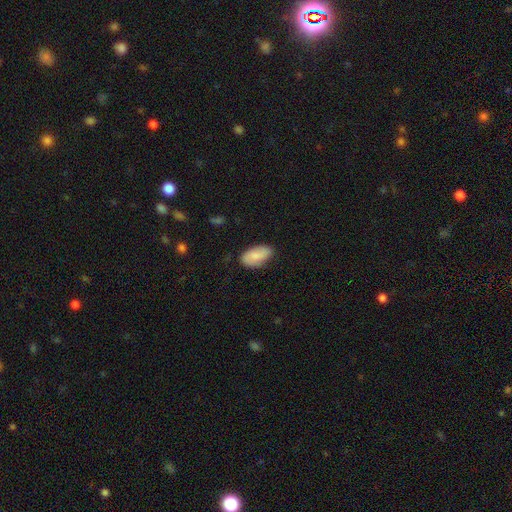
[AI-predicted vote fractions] smooth 78%, featured or disk 16%, star or artifact 6%. Down the decision tree: how rounded — in between (94%); merging — none (74%).